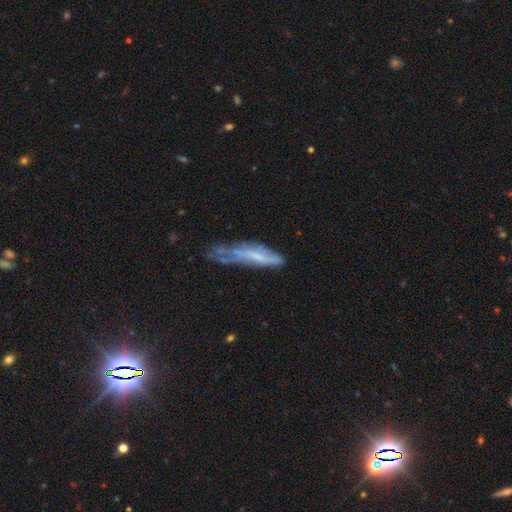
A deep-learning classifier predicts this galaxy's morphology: Overall: featured or disk (53%; smooth 37%). Edge-on disk: no (55%; yes 45%). Merging: none (38%; minor disturbance 31%).